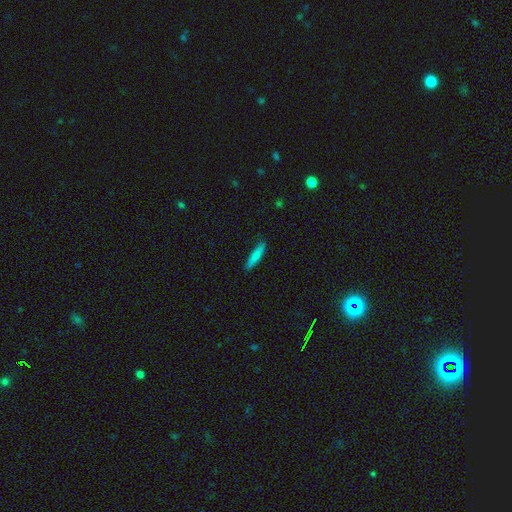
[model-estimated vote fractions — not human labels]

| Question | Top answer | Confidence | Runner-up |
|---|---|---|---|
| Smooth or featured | smooth | 82% | featured or disk (12%) |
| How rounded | cigar-shaped | 86% | in between (13%) |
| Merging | none | 88% | minor disturbance (10%) |